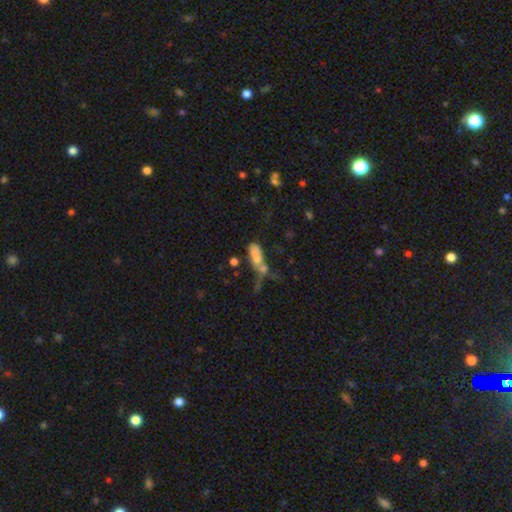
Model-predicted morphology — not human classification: Smooth or featured? smooth (55%)
How rounded? in between (75%)
Merging? merger (54%)